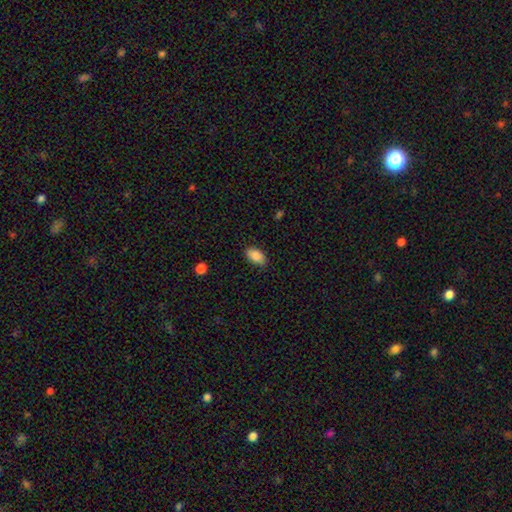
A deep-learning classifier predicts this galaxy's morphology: smooth-or-featured: smooth: 88% | star or artifact: 7% | featured or disk: 5%
  how-rounded: in between: 93% | round: 4% | cigar-shaped: 2%
  merging: none: 83% | minor disturbance: 13% | major disturbance: 3% | merger: 1%